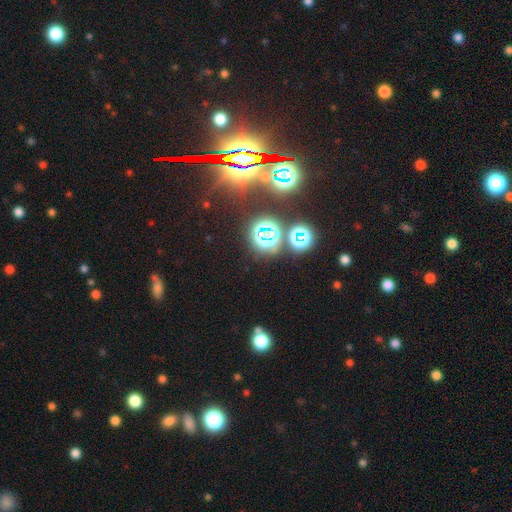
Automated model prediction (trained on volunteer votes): star or artifact 78%, smooth 14%, featured or disk 8%.